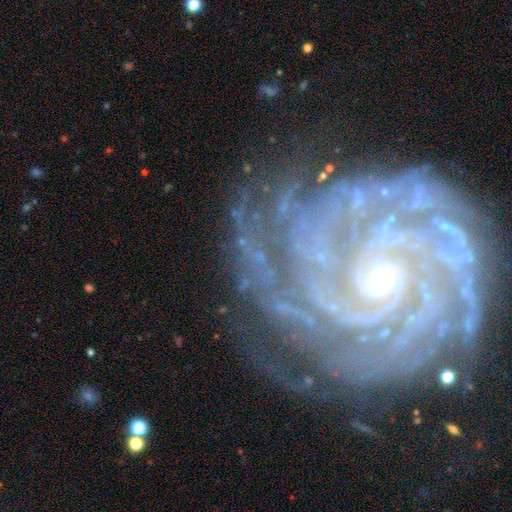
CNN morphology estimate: This is clearly a featured or disk galaxy (89%). It is clearly not viewed edge-on (98%). Bar: likely no (64%). Spiral arm pattern: clearly yes (98%). Spiral arm count: marginally 2 (20%). Spiral winding: likely tight (75%). Central bulge: clearly small (81%). Merging: likely none (66%).